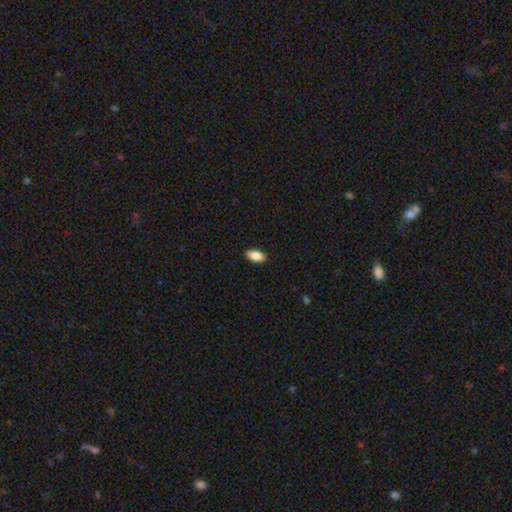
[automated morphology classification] A smooth galaxy with no disk features (84%) that is in between round and cigar-shaped (90%). Merging: none (90%).